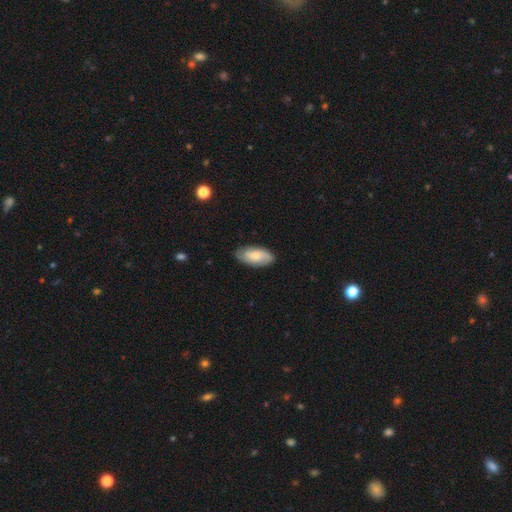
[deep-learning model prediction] Smooth or featured? Predicted: smooth (p=0.56). How rounded? Predicted: in between (p=0.91). Merging? Predicted: none (p=0.82).